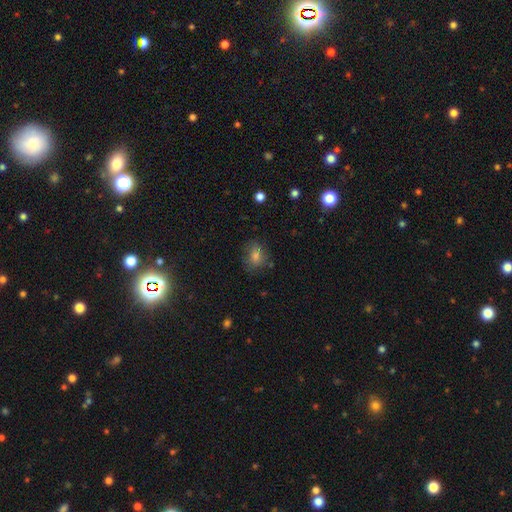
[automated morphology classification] Overall: smooth (70%). How rounded: round (54%; in between 45%). Merging: none (76%).